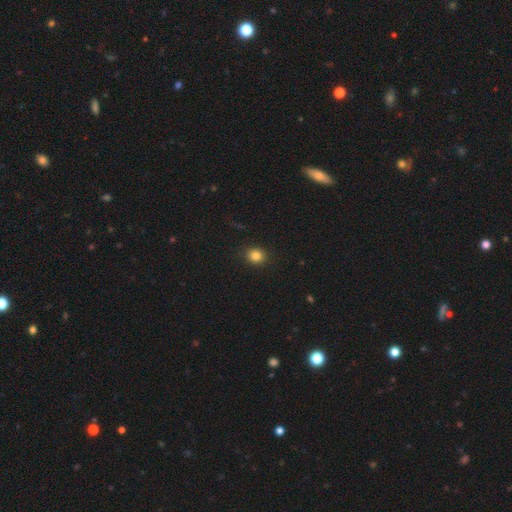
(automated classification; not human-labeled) The model was most divided on "how rounded": round: 75%, in between: 24%, cigar-shaped: 1%. More confident: merging — none (89%); smooth or featured — smooth (84%).